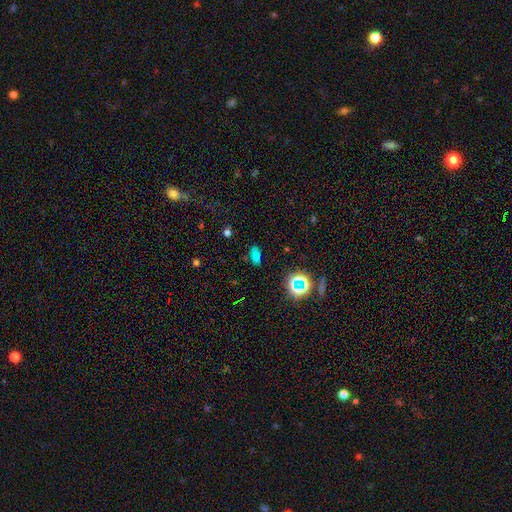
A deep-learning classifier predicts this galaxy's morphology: This is likely a smooth galaxy (65%). How rounded: clearly in between (85%). Merging: clearly none (81%).